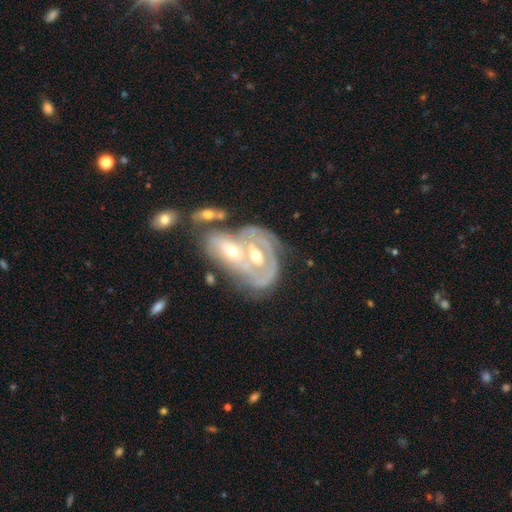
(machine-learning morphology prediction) This appears to be a featured or disk galaxy (77%) with no bar (55%), spiral arms (62%) and a moderate central bulge (70%). Merging: merger (64%).